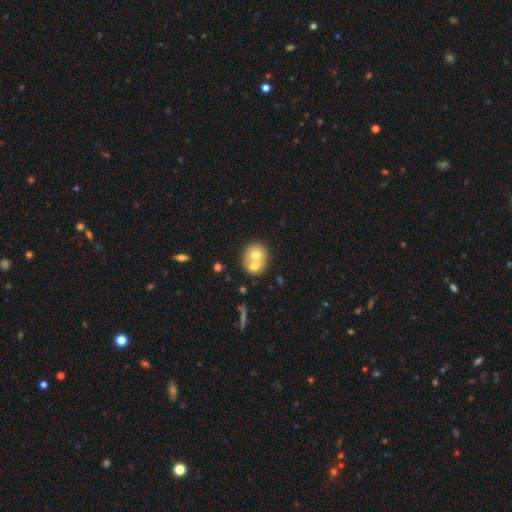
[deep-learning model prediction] Smooth or featured? Predicted: smooth (p=0.65). How rounded? Predicted: round (p=0.72). Merging? Predicted: merger (p=0.65).